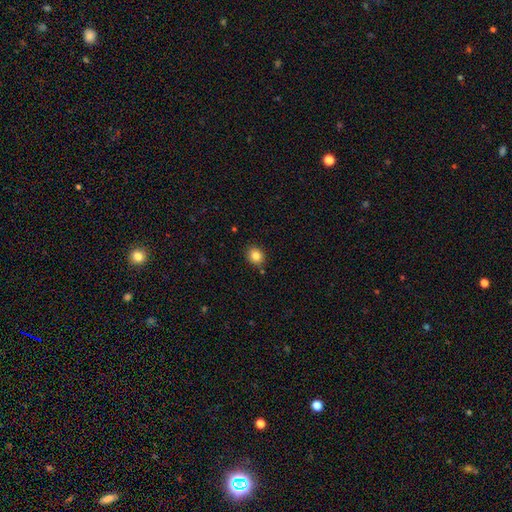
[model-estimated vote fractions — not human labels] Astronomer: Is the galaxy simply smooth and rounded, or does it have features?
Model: smooth — 85%.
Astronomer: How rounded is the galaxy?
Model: round — 68%.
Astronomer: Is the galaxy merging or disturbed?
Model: none — 85%.